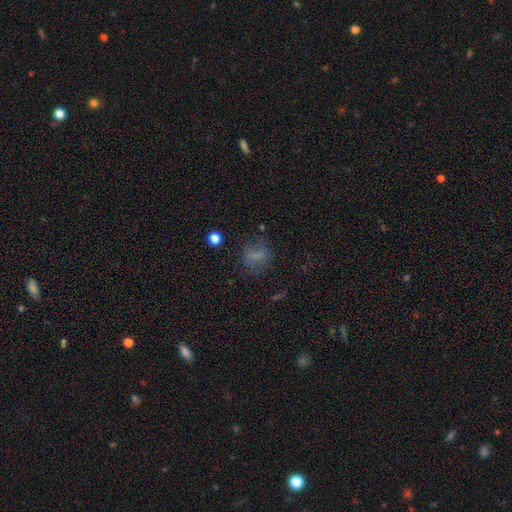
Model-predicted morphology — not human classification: The model was most divided on "how rounded": round: 58%, in between: 39%, cigar-shaped: 3%. More confident: merging — none (65%); smooth or featured — smooth (61%).